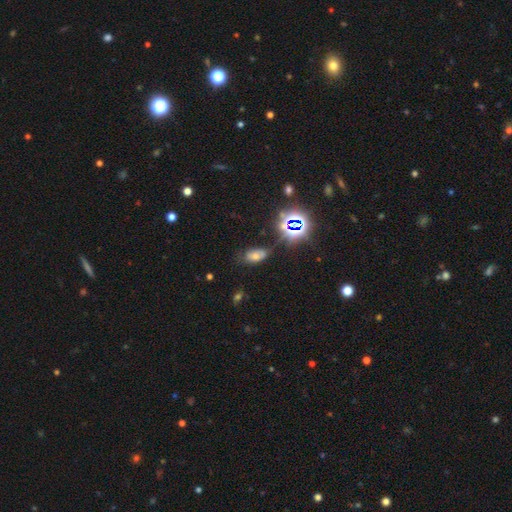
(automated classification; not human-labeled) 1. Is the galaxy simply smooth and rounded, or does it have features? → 51% smooth, 31% star or artifact, 18% featured or disk.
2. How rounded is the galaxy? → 90% in between, 7% round, 4% cigar-shaped.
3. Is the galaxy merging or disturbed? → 57% none, 24% minor disturbance, 11% major disturbance, 8% merger.